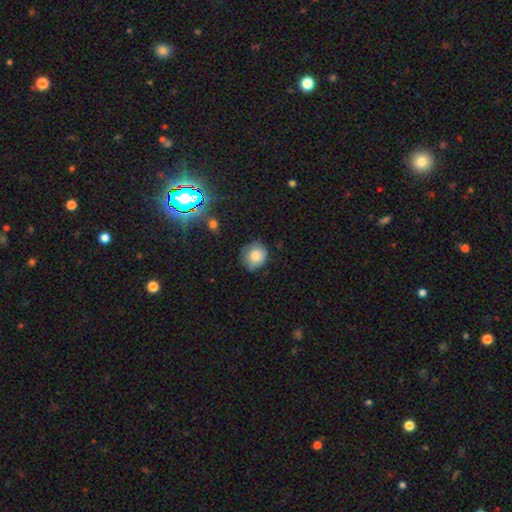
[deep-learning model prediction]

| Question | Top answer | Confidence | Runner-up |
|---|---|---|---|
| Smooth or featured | smooth | 79% | featured or disk (11%) |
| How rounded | round | 81% | in between (18%) |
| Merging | none | 72% | minor disturbance (22%) |